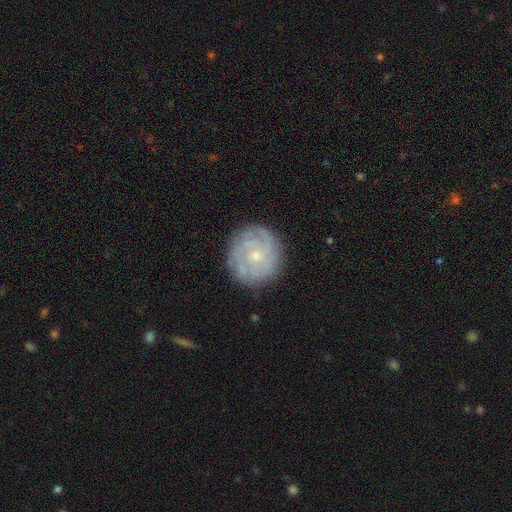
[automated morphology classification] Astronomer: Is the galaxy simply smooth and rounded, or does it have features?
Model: featured or disk — 72%.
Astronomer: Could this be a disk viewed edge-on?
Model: no — 98%.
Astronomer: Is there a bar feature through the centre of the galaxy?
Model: no — 81%.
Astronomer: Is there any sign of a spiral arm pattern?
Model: yes — 90%.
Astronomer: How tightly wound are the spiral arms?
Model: tight — 74%.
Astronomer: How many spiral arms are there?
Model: can't tell — 41% (runner-up: 3, 18%).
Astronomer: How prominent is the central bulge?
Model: small — 74%.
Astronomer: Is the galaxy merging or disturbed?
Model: none — 83%.